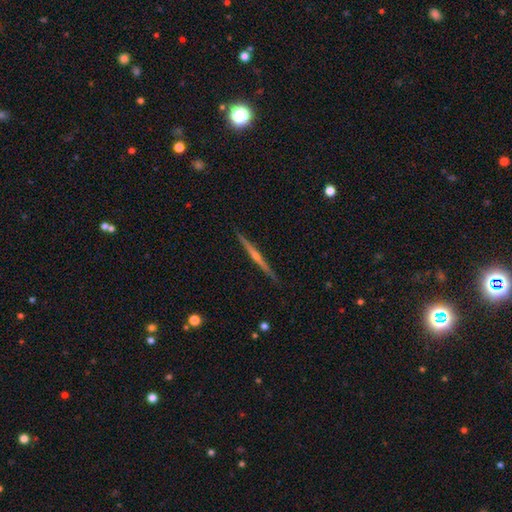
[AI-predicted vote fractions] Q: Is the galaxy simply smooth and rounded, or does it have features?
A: featured or disk — 76%.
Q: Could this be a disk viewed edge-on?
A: yes — 98%.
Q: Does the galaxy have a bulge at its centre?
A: rounded — 75%.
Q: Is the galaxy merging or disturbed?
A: none — 91%.